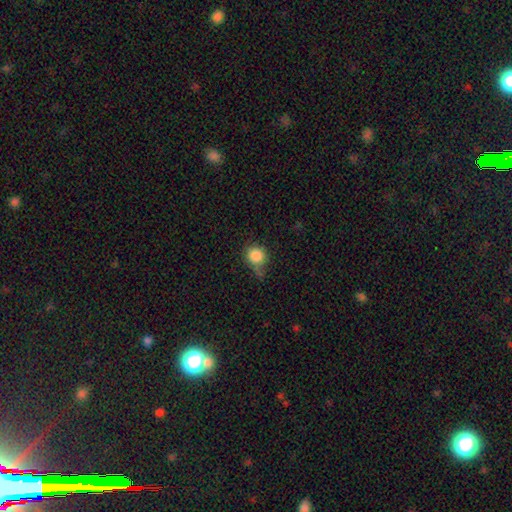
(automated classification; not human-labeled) Q: Smooth or featured?
A: smooth (85%); runner-up: star or artifact (9%)
Q: How rounded?
A: round (85%); runner-up: in between (14%)
Q: Merging?
A: none (48%); runner-up: minor disturbance (34%)